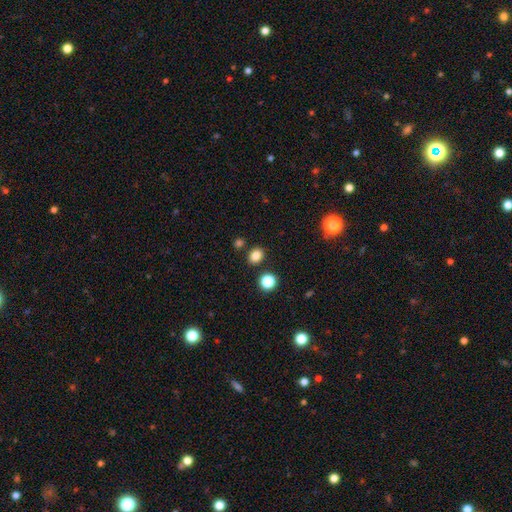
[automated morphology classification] Smooth or featured? Predicted: smooth (p=0.82). How rounded? Predicted: round (p=0.54). Merging? Predicted: none (p=0.83).